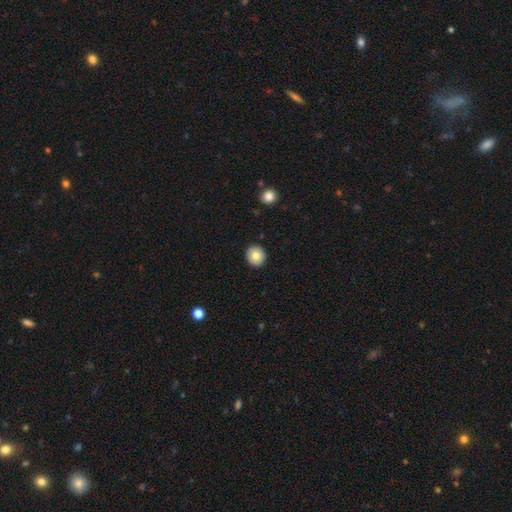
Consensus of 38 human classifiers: smooth-or-featured: smooth: 84% | featured or disk: 8% | star or artifact: 8%
  how-rounded: round: 84% | in between: 16% | cigar-shaped: 0%
  merging: none: 91% | minor disturbance: 6% | major disturbance: 3% | merger: 0%